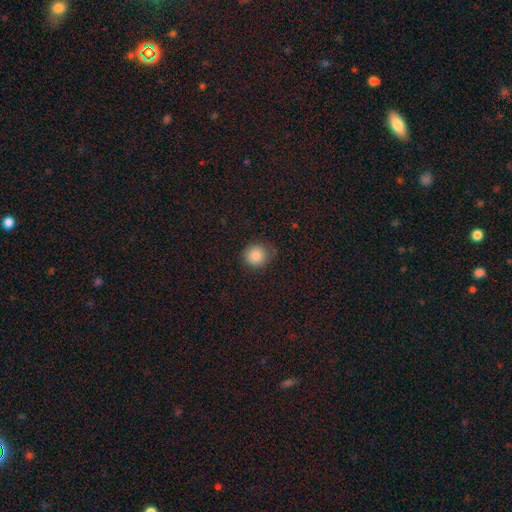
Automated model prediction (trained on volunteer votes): The model was most divided on "merging": none: 78%, minor disturbance: 16%, major disturbance: 4%, merger: 1%. More confident: how rounded — round (90%); smooth or featured — smooth (84%).